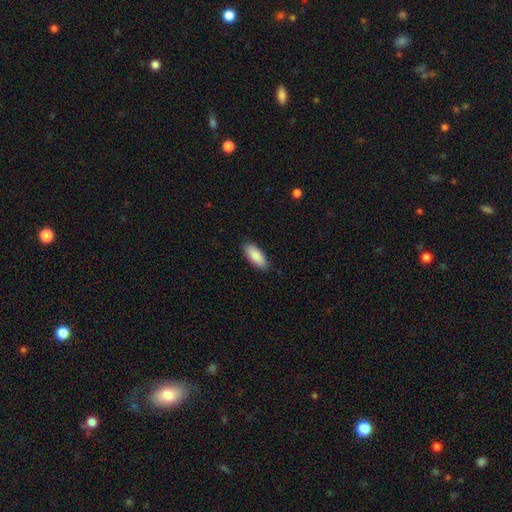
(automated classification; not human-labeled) smooth-or-featured: smooth: 89% | star or artifact: 6% | featured or disk: 6%
  how-rounded: in between: 80% | cigar-shaped: 19% | round: 2%
  merging: none: 88% | minor disturbance: 9% | major disturbance: 2% | merger: 1%